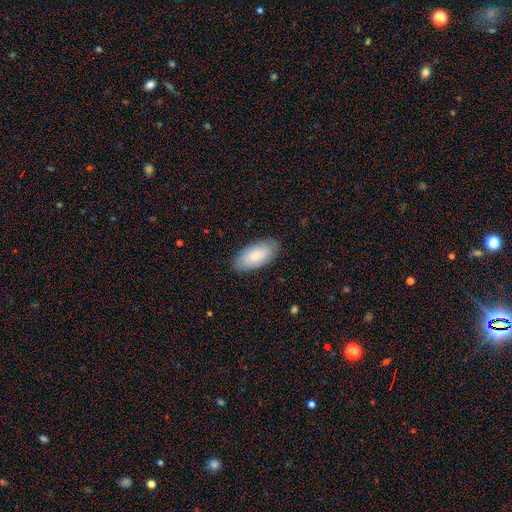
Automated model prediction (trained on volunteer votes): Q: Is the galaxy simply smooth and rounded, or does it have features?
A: smooth — 83%.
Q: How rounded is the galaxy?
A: in between — 92%.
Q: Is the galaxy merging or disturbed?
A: none — 85%.